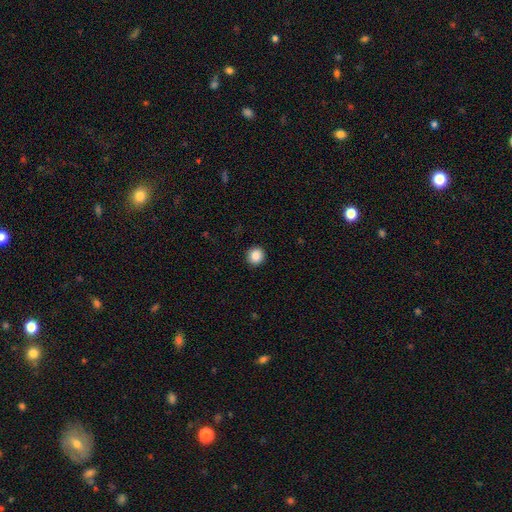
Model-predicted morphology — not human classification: smooth 87%, star or artifact 9%, featured or disk 4%. Down the decision tree: how rounded — round (92%); merging — none (92%).